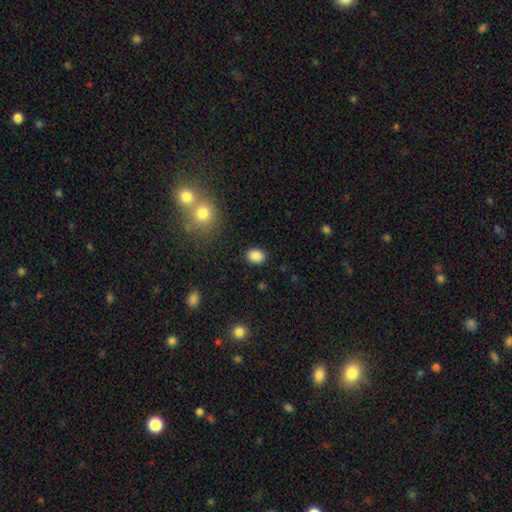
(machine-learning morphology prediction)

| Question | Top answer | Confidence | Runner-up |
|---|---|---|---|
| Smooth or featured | smooth | 87% | star or artifact (9%) |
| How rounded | in between | 56% | round (43%) |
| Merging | none | 88% | minor disturbance (8%) |